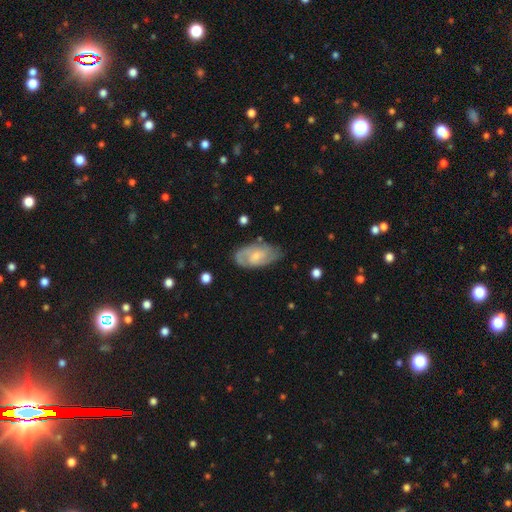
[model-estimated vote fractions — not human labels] Q: Smooth or featured?
A: featured or disk (65%); runner-up: smooth (29%)
Q: Edge-on disk?
A: no (95%); runner-up: yes (5%)
Q: Bar?
A: no (51%); runner-up: weak (43%)
Q: Spiral arms?
A: yes (88%); runner-up: no (12%)
Q: Spiral winding?
A: medium (44%); runner-up: tight (40%)
Q: Spiral arm count?
A: 2 (60%); runner-up: can't tell (24%)
Q: Bulge size?
A: small (61%); runner-up: moderate (29%)
Q: Merging?
A: none (69%); runner-up: minor disturbance (23%)